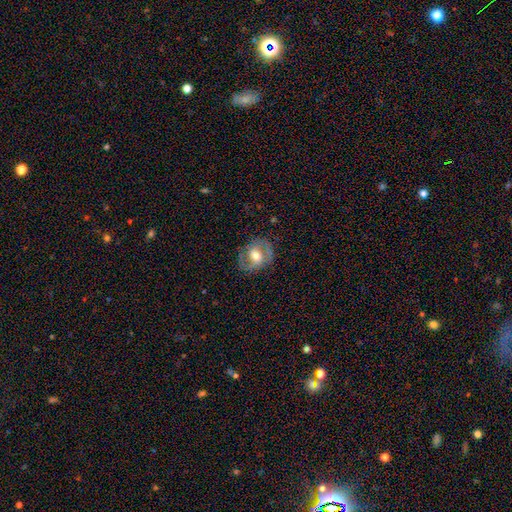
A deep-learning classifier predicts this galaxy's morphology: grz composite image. It shows a featured or disk galaxy (58%) with no bar (45%), spiral arms (63%) and a moderate central bulge (60%). Merging: none (73%).